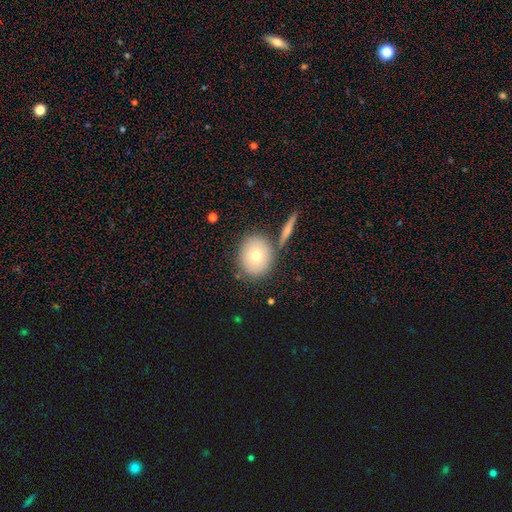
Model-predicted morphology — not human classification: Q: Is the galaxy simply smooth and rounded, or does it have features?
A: smooth — 72%.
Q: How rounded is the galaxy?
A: round — 67%.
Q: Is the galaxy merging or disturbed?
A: none — 76%.